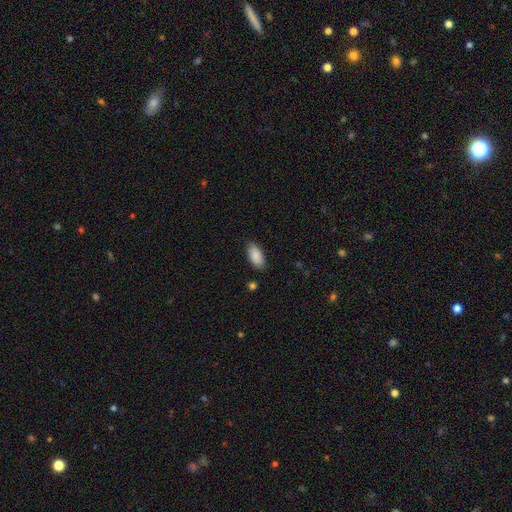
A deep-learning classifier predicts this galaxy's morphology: Smooth or featured?
  - smooth: 89% *
  - star or artifact: 6%
  - featured or disk: 4%
How rounded?
  - in between: 91% *
  - cigar-shaped: 8%
  - round: 2%
Merging?
  - none: 85% *
  - minor disturbance: 11%
  - major disturbance: 2%
  - merger: 1%